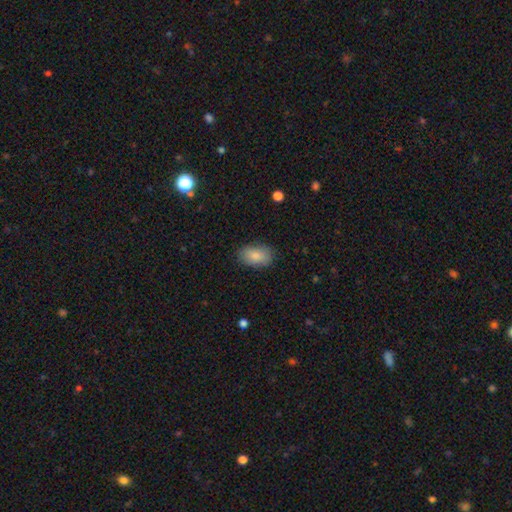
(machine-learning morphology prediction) Smooth or featured? smooth (86%)
How rounded? in between (91%)
Merging? none (82%)